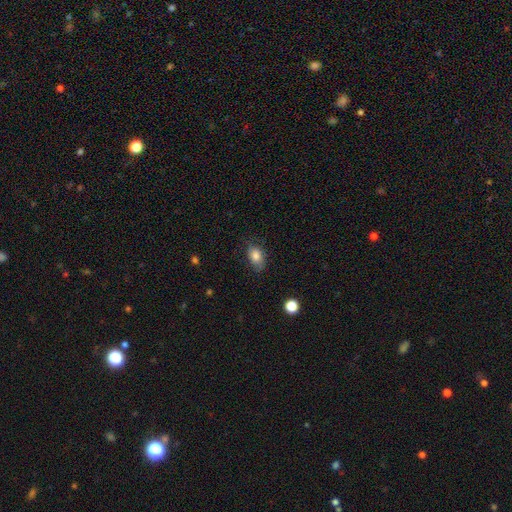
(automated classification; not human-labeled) Smooth or featured? Predicted: smooth (p=0.82). How rounded? Predicted: in between (p=0.83). Merging? Predicted: none (p=0.71).